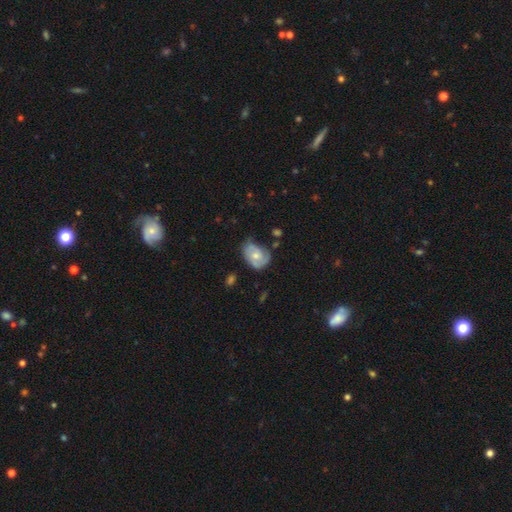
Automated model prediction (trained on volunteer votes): smooth_or_featured: featured or disk (p=0.52) [alt: smooth p=0.41]
disk_edge_on: no (p=0.96) [alt: yes p=0.04]
bar: no (p=0.75) [alt: weak p=0.21]
has_spiral_arms: yes (p=0.73) [alt: no p=0.27]
bulge_size: moderate (p=0.57) [alt: small p=0.37]
merging: none (p=0.52) [alt: minor disturbance p=0.34]